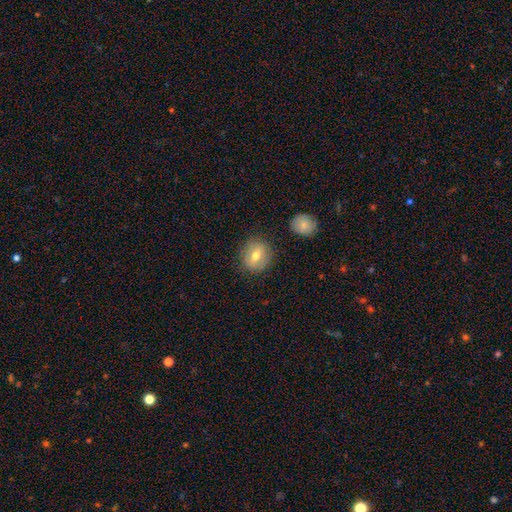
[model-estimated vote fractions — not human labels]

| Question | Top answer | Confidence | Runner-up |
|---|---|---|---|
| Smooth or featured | smooth | 68% | featured or disk (24%) |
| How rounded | round | 74% | in between (25%) |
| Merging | none | 81% | minor disturbance (13%) |